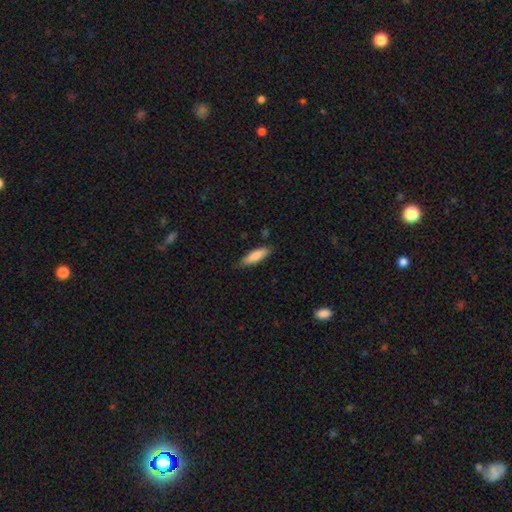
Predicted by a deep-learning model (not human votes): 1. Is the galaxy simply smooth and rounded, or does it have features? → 83% smooth, 11% featured or disk, 6% star or artifact.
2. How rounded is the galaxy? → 56% cigar-shaped, 43% in between, 1% round.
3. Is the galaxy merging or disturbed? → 82% none, 14% minor disturbance, 2% major disturbance, 1% merger.